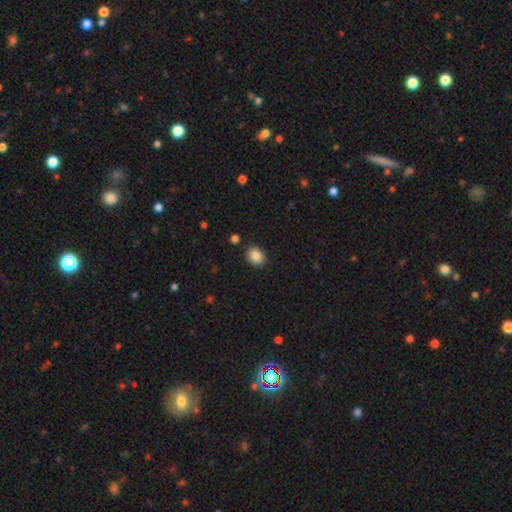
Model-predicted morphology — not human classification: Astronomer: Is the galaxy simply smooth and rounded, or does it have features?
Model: smooth — 87%.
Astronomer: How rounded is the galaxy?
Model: round — 57% (runner-up: in between, 42%).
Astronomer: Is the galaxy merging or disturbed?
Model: none — 88%.